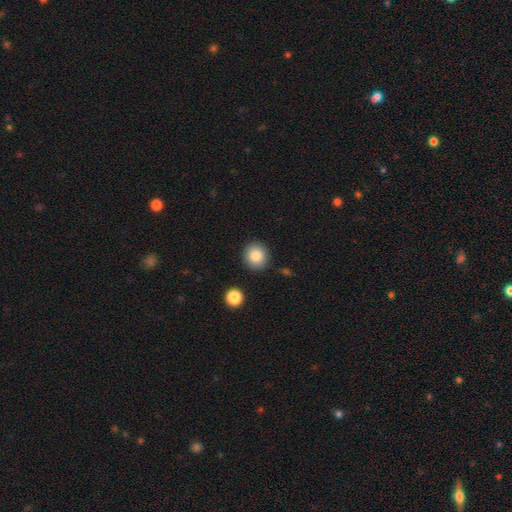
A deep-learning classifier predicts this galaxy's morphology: Smooth or featured: smooth — 85% (star or artifact — 9%)
How rounded: round — 88% (in between — 11%)
Merging: none — 89% (minor disturbance — 7%)